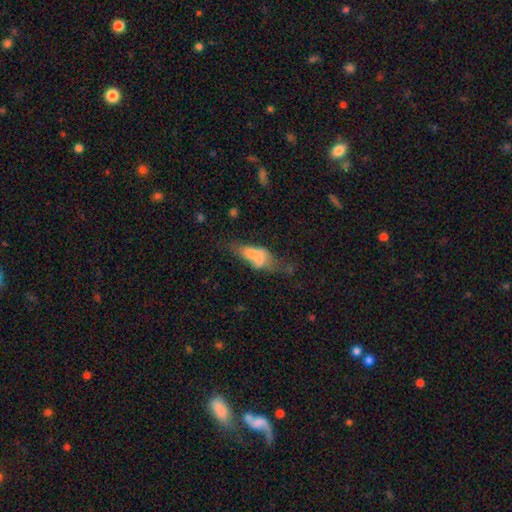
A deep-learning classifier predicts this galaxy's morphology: Smooth or featured? smooth (61%)
How rounded? in between (79%)
Merging? merger (32%)